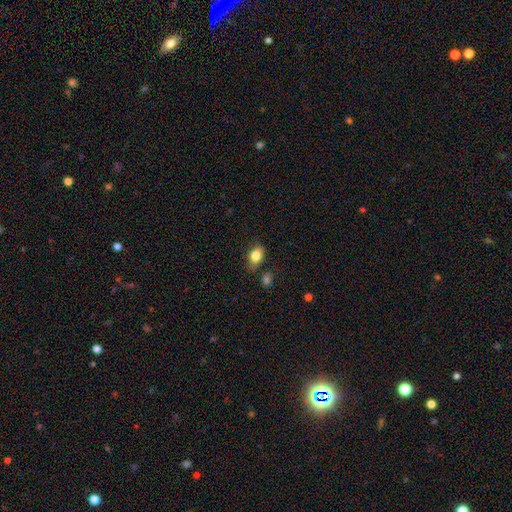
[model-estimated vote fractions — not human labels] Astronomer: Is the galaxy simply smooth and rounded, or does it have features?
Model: smooth — 82%.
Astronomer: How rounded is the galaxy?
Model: in between — 79%.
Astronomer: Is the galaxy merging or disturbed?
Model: none — 69%.